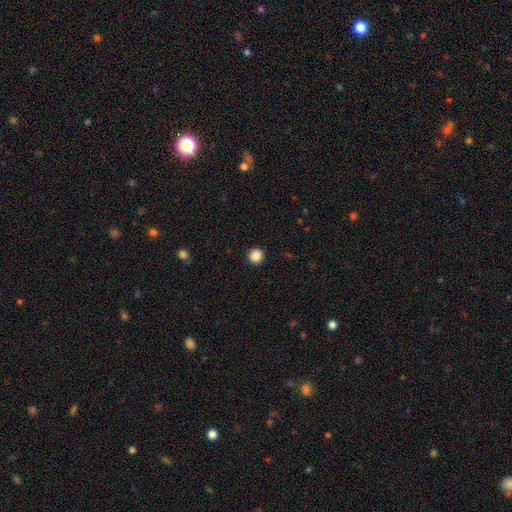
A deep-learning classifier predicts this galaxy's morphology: smooth-or-featured: smooth: 88% | star or artifact: 10% | featured or disk: 3%
  how-rounded: round: 94% | in between: 5% | cigar-shaped: 1%
  merging: none: 93% | minor disturbance: 4% | major disturbance: 2% | merger: 1%